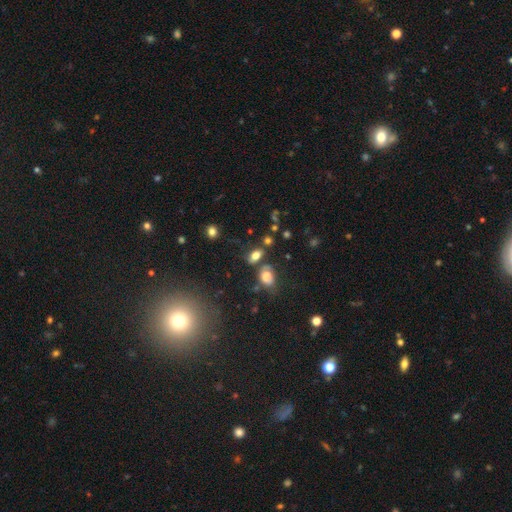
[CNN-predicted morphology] Smooth or featured? Predicted: smooth (p=0.76). How rounded? Predicted: in between (p=0.81). Merging? Predicted: none (p=0.58).